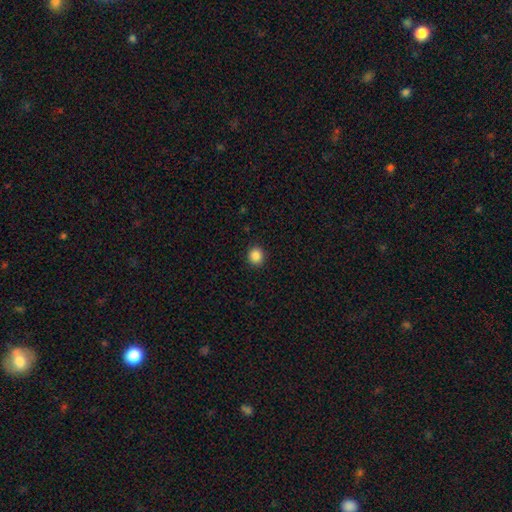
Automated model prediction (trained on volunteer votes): This appears to be a smooth galaxy with no disk features (87%) that is round (85%). Merging: none (92%).